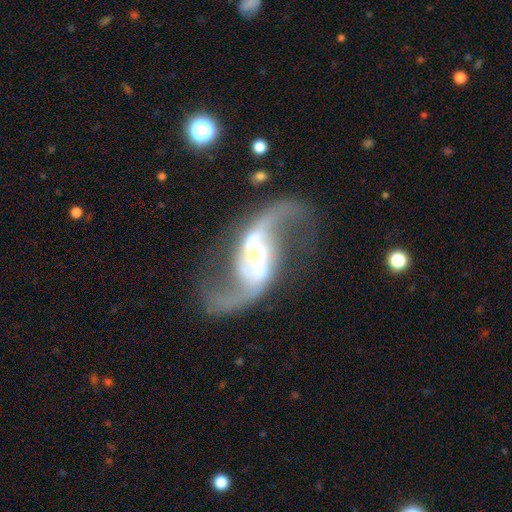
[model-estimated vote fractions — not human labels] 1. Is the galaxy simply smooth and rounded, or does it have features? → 92% featured or disk, 5% star or artifact, 3% smooth.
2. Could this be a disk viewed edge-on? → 97% no, 3% yes.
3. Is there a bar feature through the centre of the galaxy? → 41% weak, 30% strong, 29% no.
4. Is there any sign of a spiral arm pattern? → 98% yes, 2% no.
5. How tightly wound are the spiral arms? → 70% loose, 26% medium, 4% tight.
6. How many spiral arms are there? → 94% 2, 1% 1, 1% can't tell, 1% 3, 1% 4, 1% more than 4.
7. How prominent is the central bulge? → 38% small, 37% moderate, 14% large, 8% none, 3% dominant.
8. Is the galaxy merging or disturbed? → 71% none, 13% minor disturbance, 11% major disturbance, 4% merger.